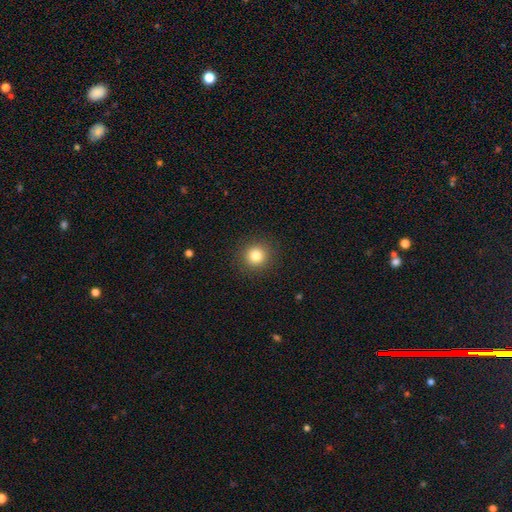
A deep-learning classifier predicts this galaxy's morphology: Smooth or featured?
  - smooth: 82% *
  - star or artifact: 12%
  - featured or disk: 6%
How rounded?
  - round: 94% *
  - in between: 5%
  - cigar-shaped: 1%
Merging?
  - none: 91% *
  - minor disturbance: 6%
  - major disturbance: 2%
  - merger: 1%